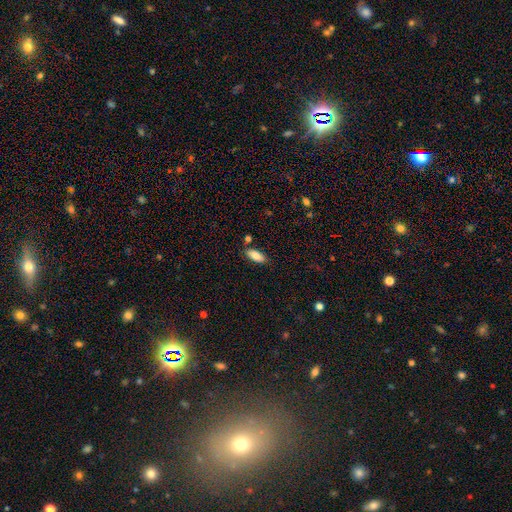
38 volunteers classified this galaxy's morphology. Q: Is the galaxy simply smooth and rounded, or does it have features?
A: smooth — 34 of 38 (89%).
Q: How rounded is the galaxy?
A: in between — 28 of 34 (82%).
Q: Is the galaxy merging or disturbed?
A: none — 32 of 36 (89%).